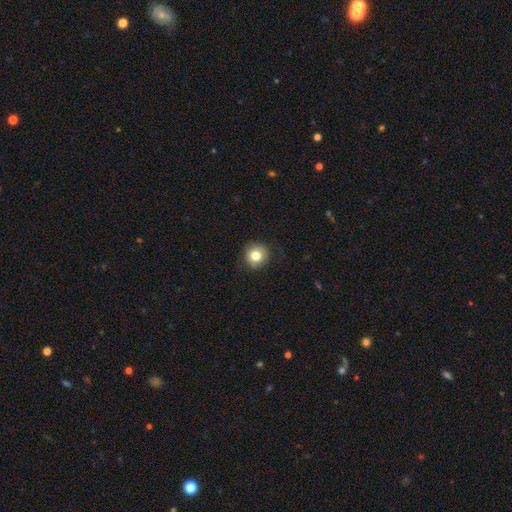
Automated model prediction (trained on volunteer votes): This appears to be a smooth galaxy with no disk features (81%) that is round (92%). Merging: none (88%).